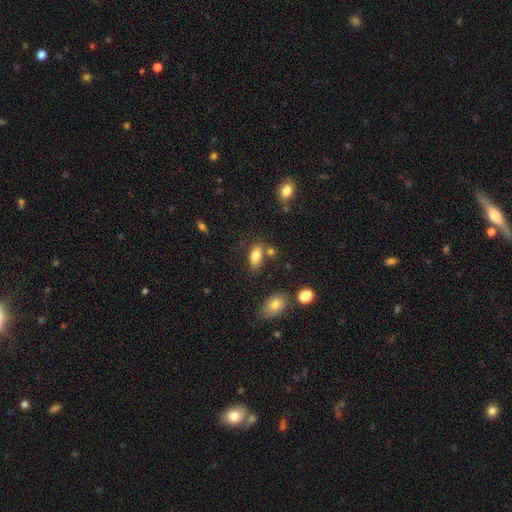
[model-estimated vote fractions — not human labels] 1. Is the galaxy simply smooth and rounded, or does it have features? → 82% smooth, 10% featured or disk, 8% star or artifact.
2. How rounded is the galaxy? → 90% in between, 5% cigar-shaped, 5% round.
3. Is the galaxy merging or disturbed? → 69% none, 15% minor disturbance, 12% merger, 4% major disturbance.